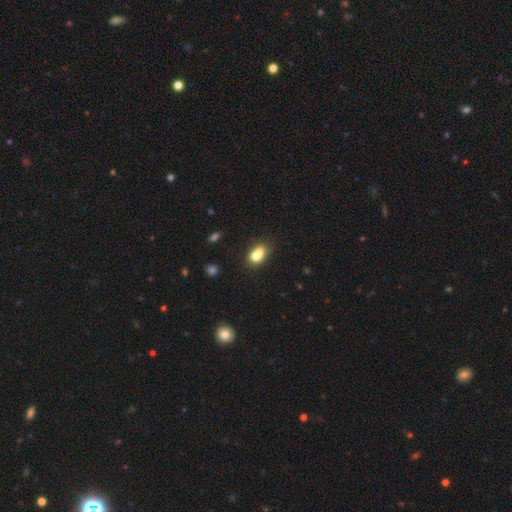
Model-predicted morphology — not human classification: Smooth or featured? smooth (76%)
How rounded? in between (76%)
Merging? none (42%)